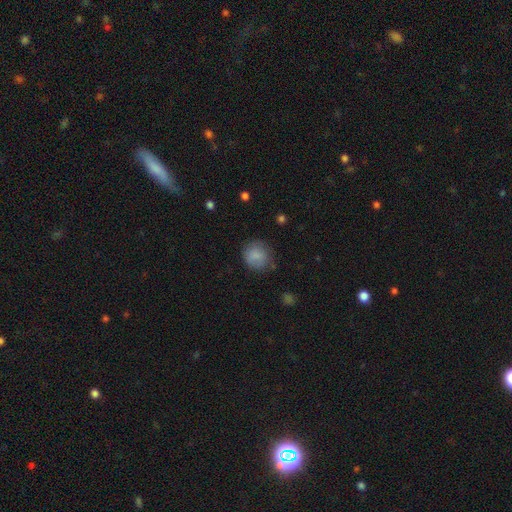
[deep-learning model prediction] Smooth or featured? smooth (84%)
How rounded? round (84%)
Merging? none (73%)